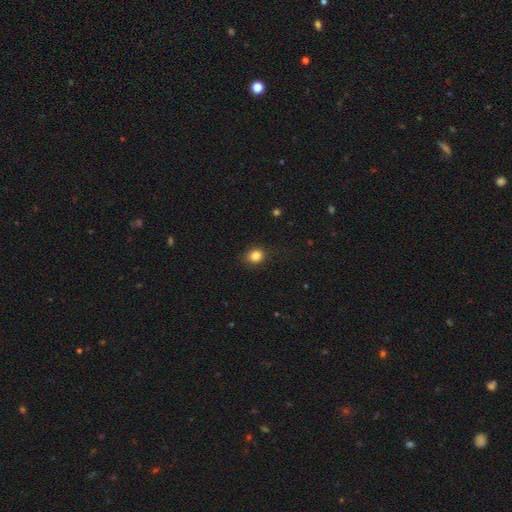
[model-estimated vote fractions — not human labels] A smooth galaxy with no disk features (84%) that is round (73%). Merging: none (86%).